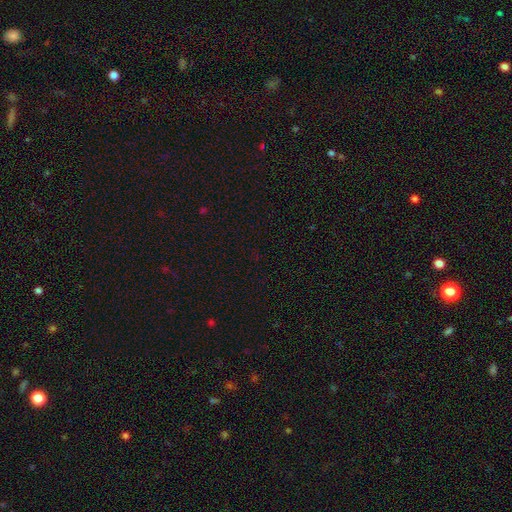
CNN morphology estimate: Overall: star or artifact (73%).